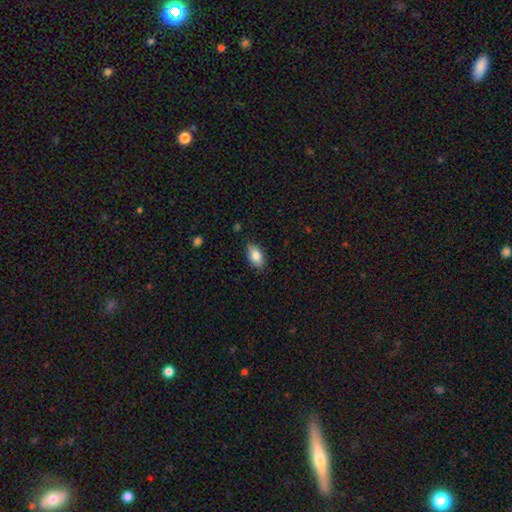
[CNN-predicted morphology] Smooth or featured: smooth — 83% (featured or disk — 10%)
How rounded: in between — 91% (round — 5%)
Merging: none — 82% (minor disturbance — 15%)